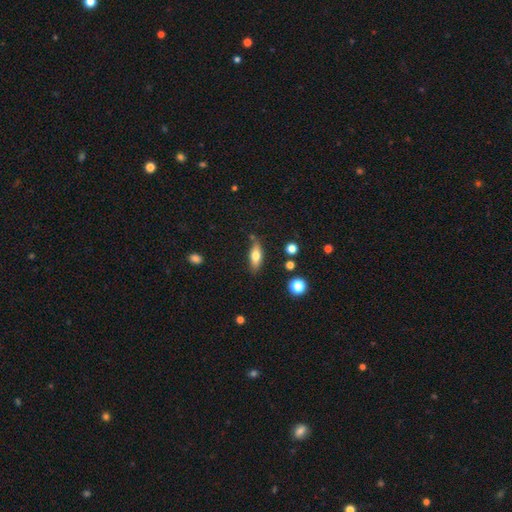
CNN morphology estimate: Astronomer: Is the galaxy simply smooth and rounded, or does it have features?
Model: smooth — 67%.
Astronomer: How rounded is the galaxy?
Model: in between — 67%.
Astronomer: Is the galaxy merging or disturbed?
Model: none — 75%.